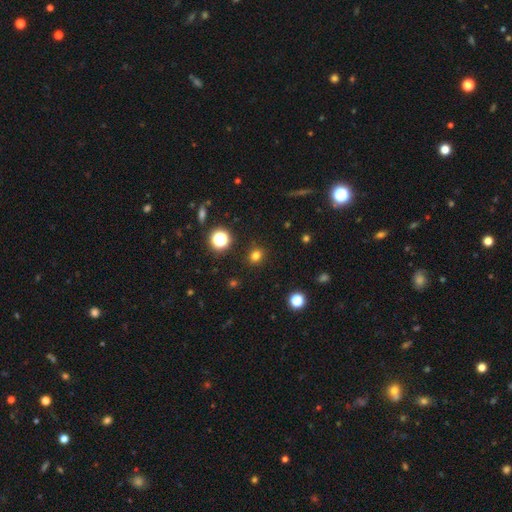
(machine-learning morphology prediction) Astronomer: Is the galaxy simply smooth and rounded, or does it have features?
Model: smooth — 77%.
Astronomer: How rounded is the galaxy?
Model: round — 71%.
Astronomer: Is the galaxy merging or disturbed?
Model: none — 89%.